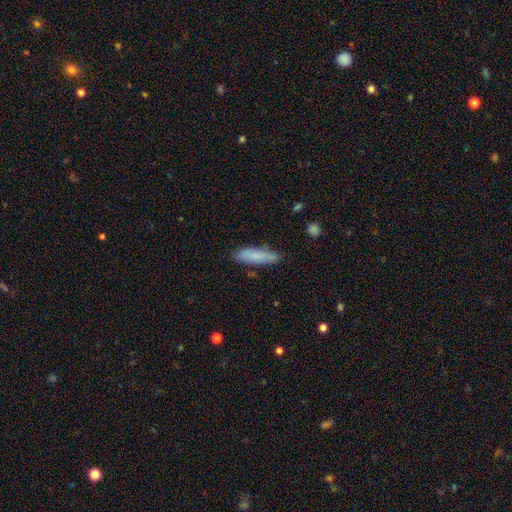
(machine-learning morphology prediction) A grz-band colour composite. It shows a smooth galaxy with no disk features (80%) that is cigar-shaped (66%). Merging: none (82%).